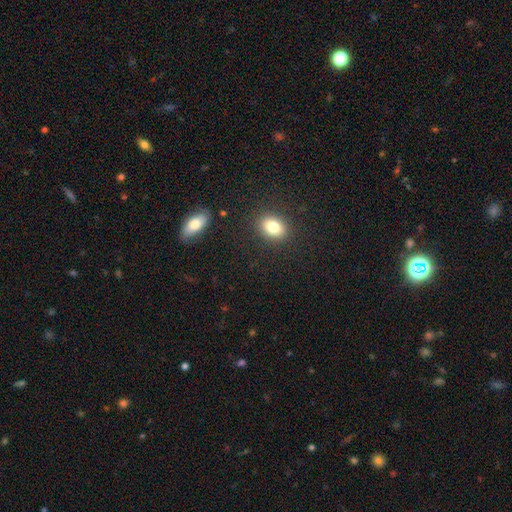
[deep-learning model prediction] A smooth galaxy with no disk features (63%) that is round (60%).

Vote fractions:
- Smooth or featured? smooth: 63% / star or artifact: 30% / featured or disk: 8%
- How rounded? round: 60% / in between: 37% / cigar-shaped: 3%
- Merging? none: 87% / minor disturbance: 7% / merger: 4% / major disturbance: 3%